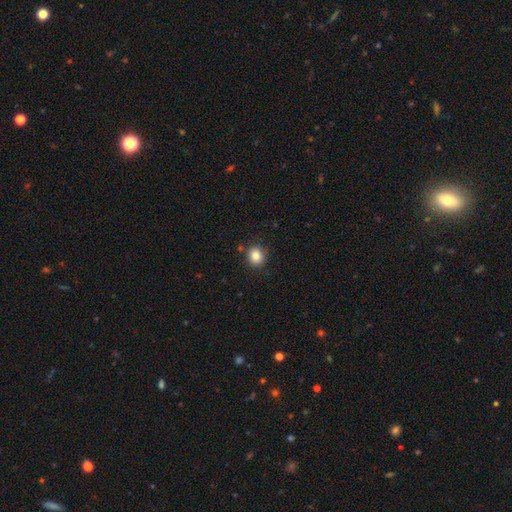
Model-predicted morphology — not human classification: smooth-or-featured: smooth: 83% | star or artifact: 11% | featured or disk: 6%
  how-rounded: round: 83% | in between: 17% | cigar-shaped: 1%
  merging: none: 85% | minor disturbance: 9% | merger: 3% | major disturbance: 2%